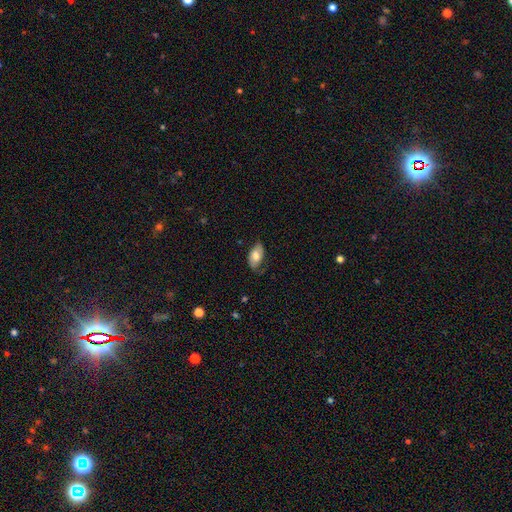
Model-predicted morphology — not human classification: A smooth galaxy with no disk features (66%) that is in between round and cigar-shaped (93%). Merging: none (58%).